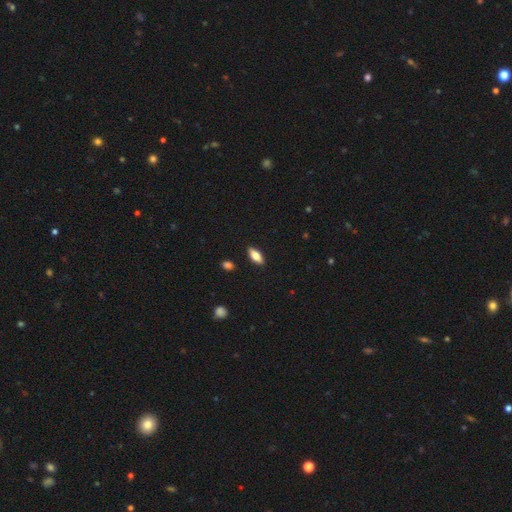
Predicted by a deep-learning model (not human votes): A smooth galaxy with no disk features (69%) that is in between round and cigar-shaped (75%). Merging: none (88%).